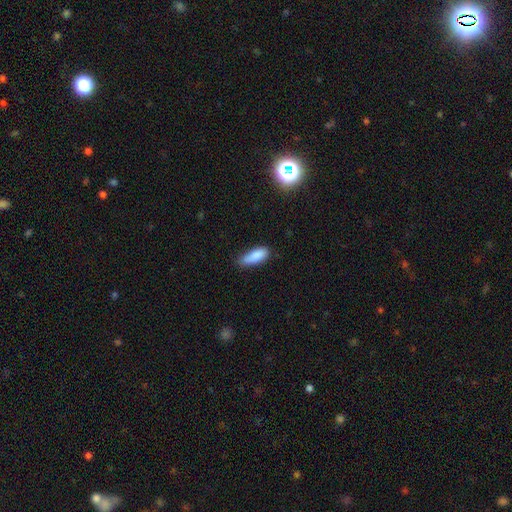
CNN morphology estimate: Smooth or featured: smooth — 86% (star or artifact — 7%)
How rounded: in between — 64% (cigar-shaped — 34%)
Merging: none — 62% (minor disturbance — 31%)